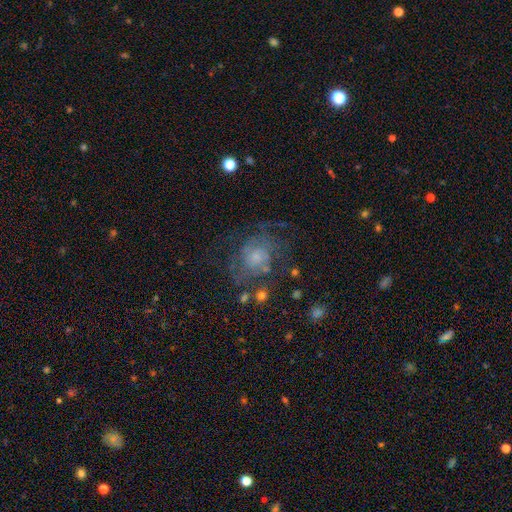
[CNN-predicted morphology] This is likely a featured or disk galaxy (62%). It is clearly not viewed edge-on (97%). Bar: likely no (78%). Spiral arm pattern: likely yes (77%). Central bulge: possibly small (48%). Merging: possibly none (58%).